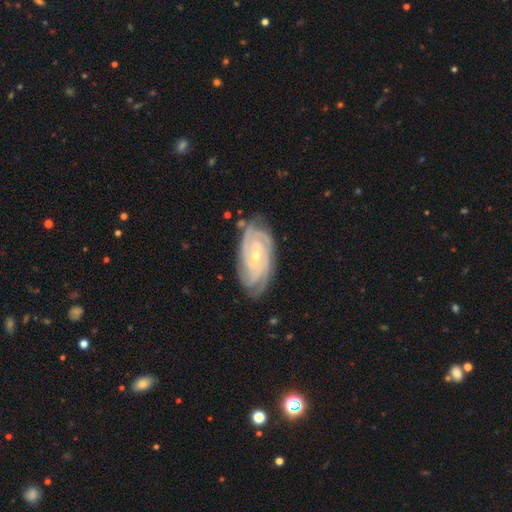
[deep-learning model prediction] The model was most divided on "spiral arm count": 4: 27%, 3: 26%, can't tell: 18%, 2: 16%, more than 4: 7%, 1: 6%. More confident: spiral arms — yes (98%); edge-on disk — no (96%); smooth or featured — featured or disk (88%); spiral winding — tight (79%); merging — none (78%); bulge size — small (74%); bar — no (57%).